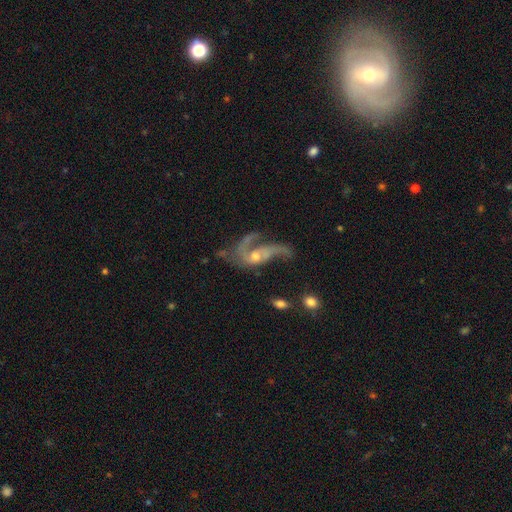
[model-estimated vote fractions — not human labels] Smooth or featured? featured or disk (81%)
Edge-on disk? no (95%)
Bar? no (66%)
Spiral arms? yes (86%)
Spiral winding? loose (70%)
Spiral arm count? 2 (50%)
Bulge size? moderate (46%)
Merging? major disturbance (40%)